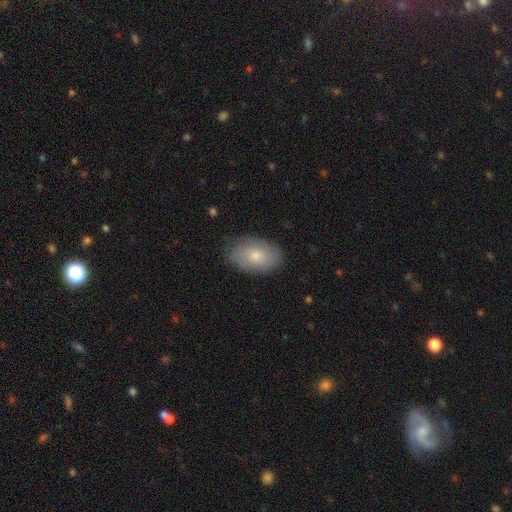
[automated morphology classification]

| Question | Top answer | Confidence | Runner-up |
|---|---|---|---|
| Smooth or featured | smooth | 72% | featured or disk (22%) |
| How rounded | in between | 90% | round (9%) |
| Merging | none | 80% | minor disturbance (16%) |